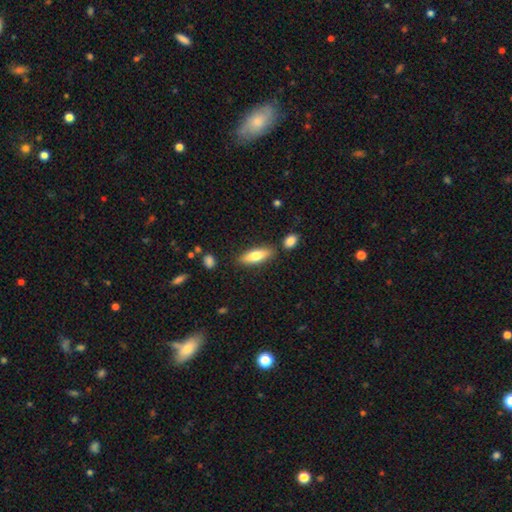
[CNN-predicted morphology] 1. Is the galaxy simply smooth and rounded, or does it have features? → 69% smooth, 25% featured or disk, 6% star or artifact.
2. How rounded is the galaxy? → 53% in between, 45% cigar-shaped, 2% round.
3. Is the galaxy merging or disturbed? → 81% none, 11% minor disturbance, 5% merger, 2% major disturbance.